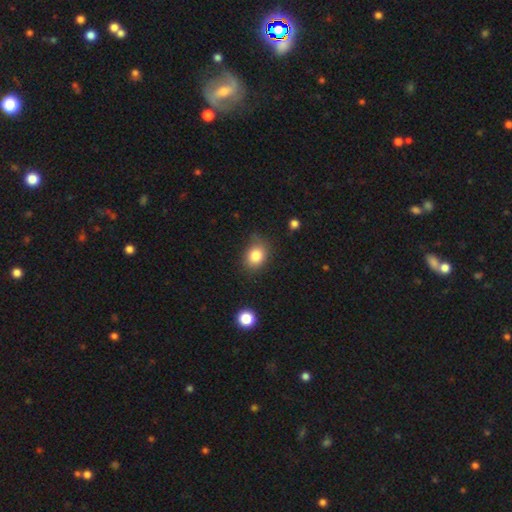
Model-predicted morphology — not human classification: The model was most divided on "how rounded": in between: 54%, round: 45%, cigar-shaped: 1%. More confident: smooth or featured — smooth (83%); merging — none (74%).